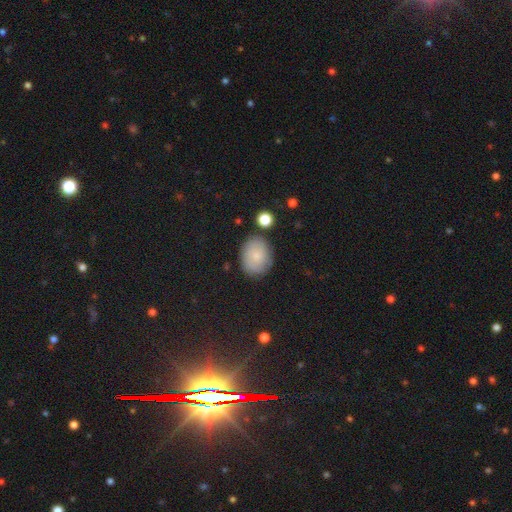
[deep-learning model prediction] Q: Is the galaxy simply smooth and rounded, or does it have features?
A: smooth — 69%.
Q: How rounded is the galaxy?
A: in between — 54%.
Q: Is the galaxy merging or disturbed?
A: none — 77%.